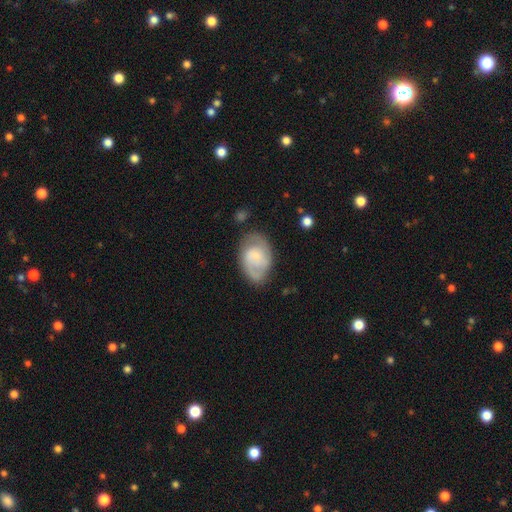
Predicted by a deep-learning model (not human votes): Smooth or featured? featured or disk (67%)
Edge-on disk? no (97%)
Bar? no (61%)
Spiral arms? yes (90%)
Spiral winding? medium (47%)
Spiral arm count? 2 (72%)
Bulge size? small (67%)
Merging? none (69%)